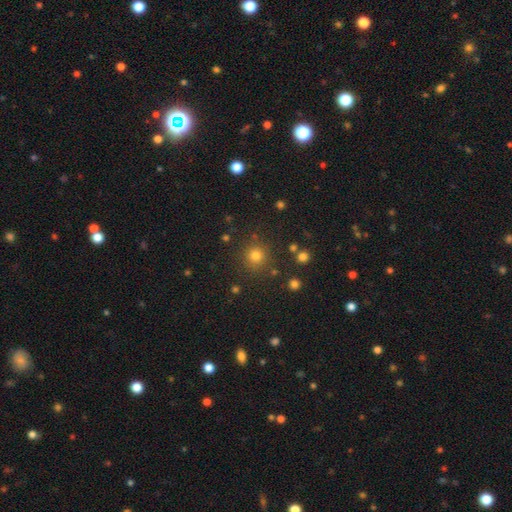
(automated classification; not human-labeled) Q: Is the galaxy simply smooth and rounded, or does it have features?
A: smooth — 78%.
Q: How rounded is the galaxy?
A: round — 93%.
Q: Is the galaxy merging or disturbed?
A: none — 85%.